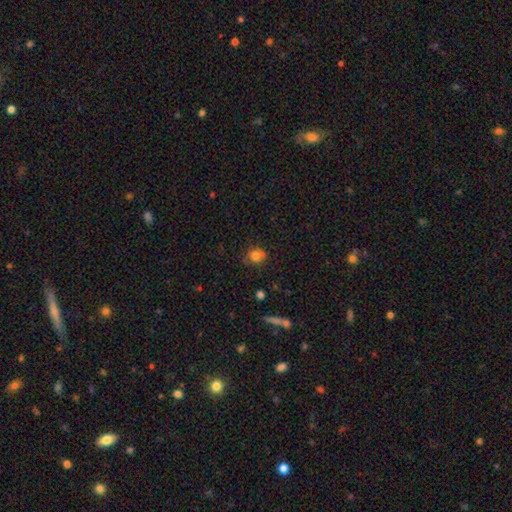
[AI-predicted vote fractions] A smooth galaxy with no disk features (72%) that is round (67%).

Vote fractions:
- Smooth or featured? smooth: 72% / star or artifact: 14% / featured or disk: 14%
- How rounded? round: 67% / in between: 32% / cigar-shaped: 1%
- Merging? none: 58% / minor disturbance: 23% / merger: 10% / major disturbance: 9%